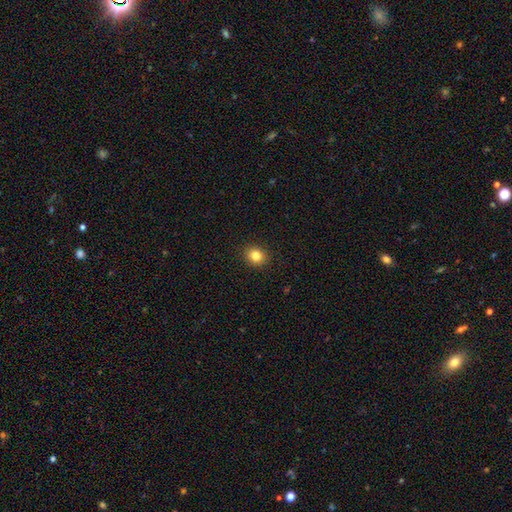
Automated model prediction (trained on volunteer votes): Smooth or featured? Predicted: smooth (p=0.83). How rounded? Predicted: round (p=0.74). Merging? Predicted: none (p=0.92).